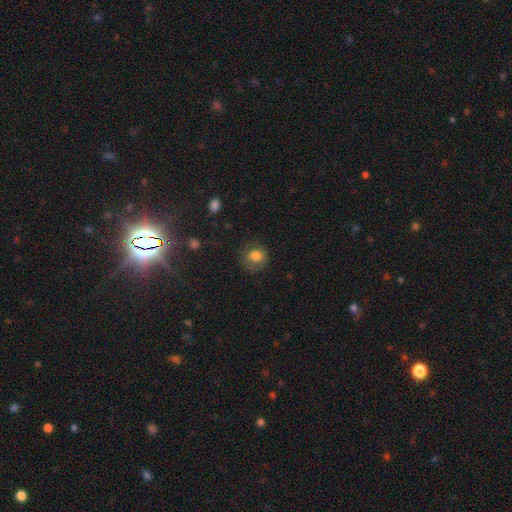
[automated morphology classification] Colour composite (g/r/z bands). It shows a smooth galaxy with no disk features (79%) that is round (77%). Merging: none (67%).